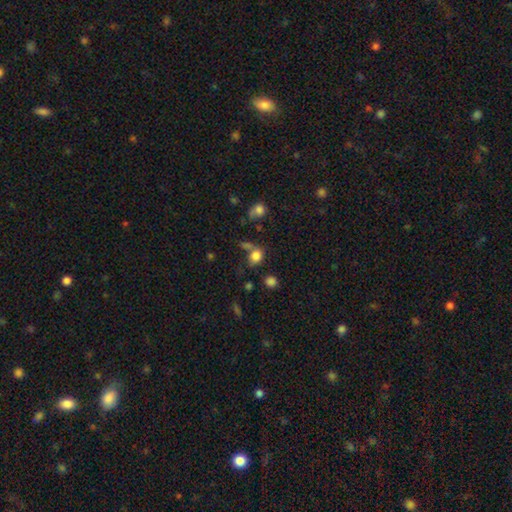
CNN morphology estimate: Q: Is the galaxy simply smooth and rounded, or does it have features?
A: smooth — 81%.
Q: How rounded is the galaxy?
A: round — 57%.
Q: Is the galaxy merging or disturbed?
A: none — 55%.